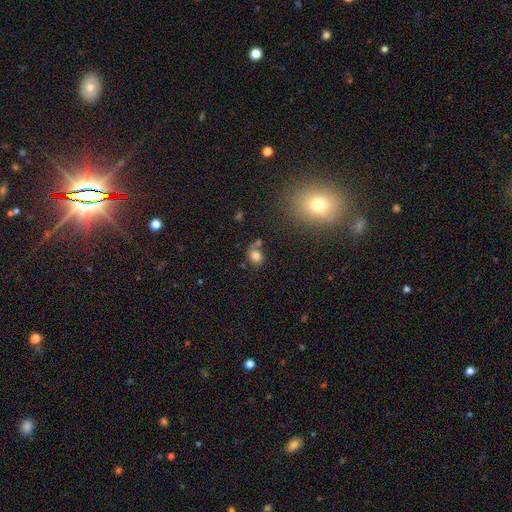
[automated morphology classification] Smooth or featured?
  - smooth: 78% *
  - star or artifact: 12%
  - featured or disk: 10%
How rounded?
  - round: 57% *
  - in between: 42%
  - cigar-shaped: 1%
Merging?
  - none: 52% *
  - merger: 22%
  - minor disturbance: 17%
  - major disturbance: 9%